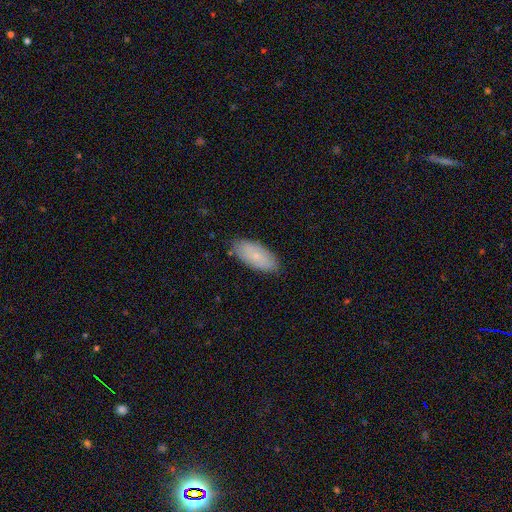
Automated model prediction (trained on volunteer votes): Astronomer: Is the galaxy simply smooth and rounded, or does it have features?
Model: smooth — 70%.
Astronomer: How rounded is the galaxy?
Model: in between — 89%.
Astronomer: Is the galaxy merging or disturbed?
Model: none — 83%.